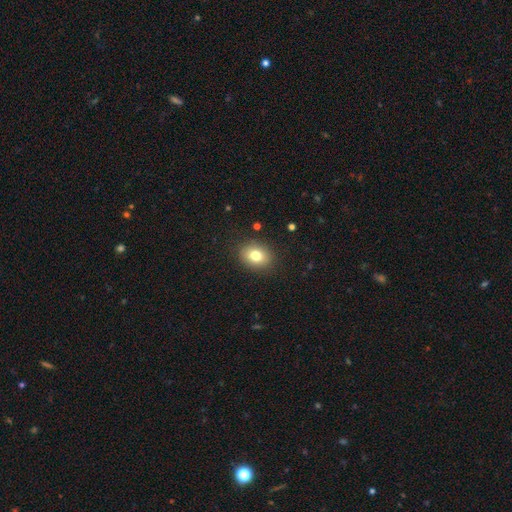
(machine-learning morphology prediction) Q: Smooth or featured?
A: smooth (79%); runner-up: featured or disk (11%)
Q: How rounded?
A: in between (59%); runner-up: round (40%)
Q: Merging?
A: none (88%); runner-up: minor disturbance (8%)